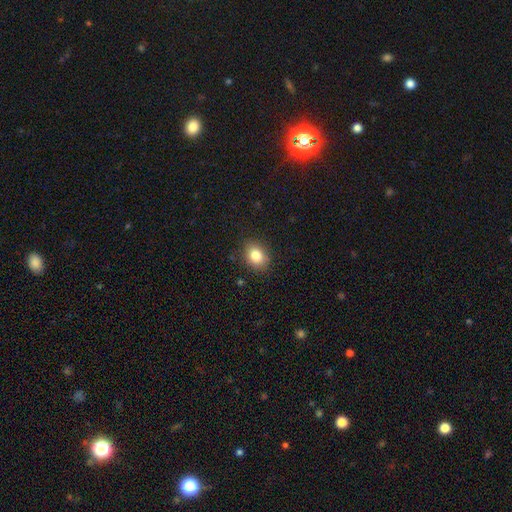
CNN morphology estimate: A smooth galaxy with no disk features (84%) that is in between round and cigar-shaped (57%).

Vote fractions:
- Smooth or featured? smooth: 84% / star or artifact: 9% / featured or disk: 7%
- How rounded? in between: 57% / round: 42% / cigar-shaped: 1%
- Merging? none: 86% / minor disturbance: 11% / major disturbance: 3% / merger: 1%